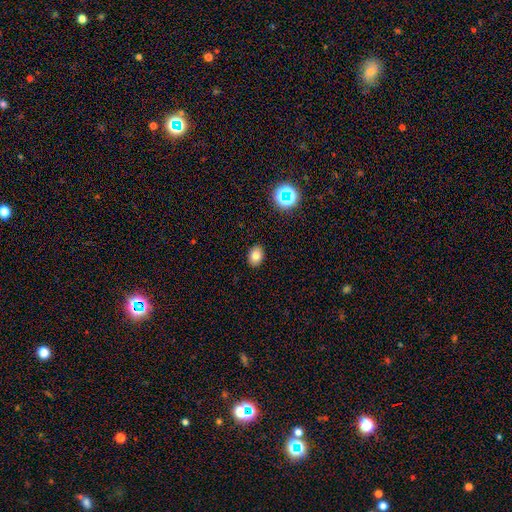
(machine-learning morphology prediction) A smooth galaxy with no disk features (79%) that is in between round and cigar-shaped (74%).

Vote fractions:
- Smooth or featured? smooth: 79% / star or artifact: 12% / featured or disk: 9%
- How rounded? in between: 74% / round: 26% / cigar-shaped: 1%
- Merging? none: 89% / minor disturbance: 7% / major disturbance: 2% / merger: 1%